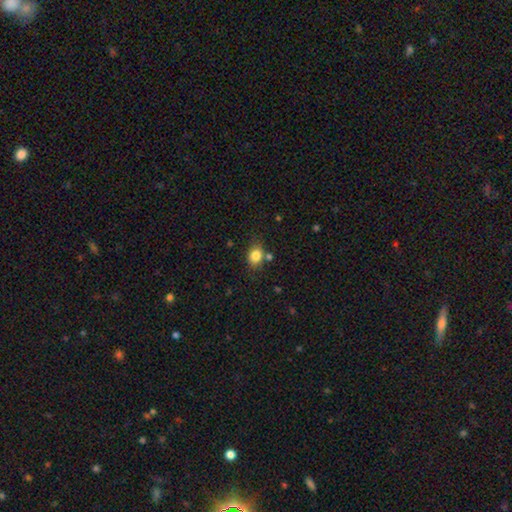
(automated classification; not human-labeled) Smooth or featured? Predicted: smooth (p=0.84). How rounded? Predicted: in between (p=0.52). Merging? Predicted: none (p=0.72).